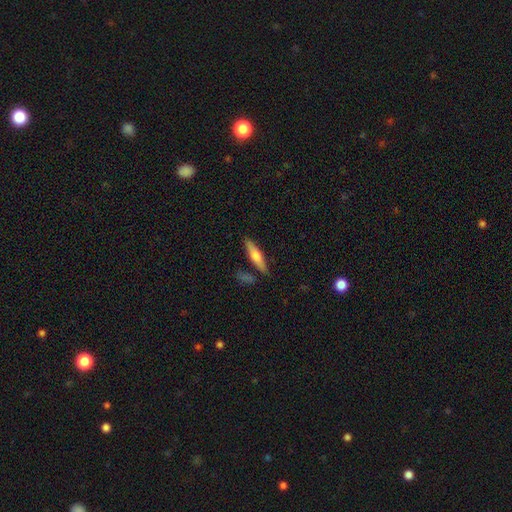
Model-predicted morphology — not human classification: A smooth galaxy with no disk features (60%) that is cigar-shaped (77%). Merging: none (80%).